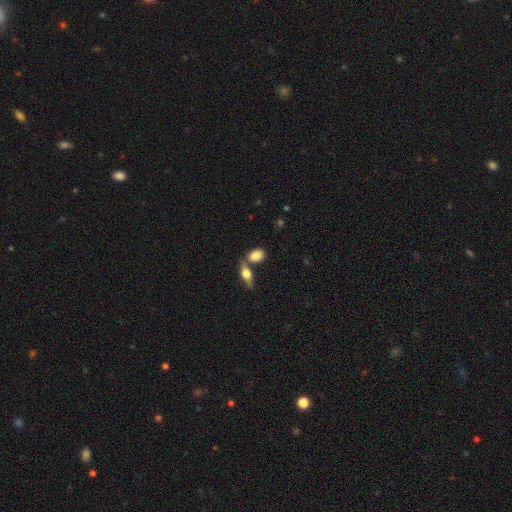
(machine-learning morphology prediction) Q: Smooth or featured?
A: smooth (79%); runner-up: featured or disk (14%)
Q: How rounded?
A: in between (81%); runner-up: round (15%)
Q: Merging?
A: none (56%); runner-up: merger (29%)